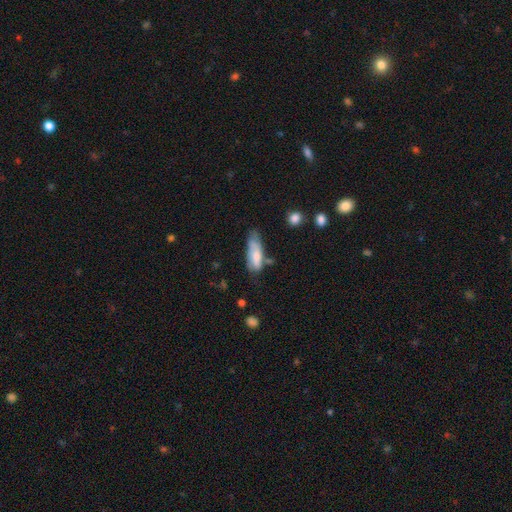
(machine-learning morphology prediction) smooth_or_featured: smooth (p=0.72) [alt: featured or disk p=0.22]
how_rounded: in between (p=0.67) [alt: cigar-shaped p=0.31]
merging: minor disturbance (p=0.37) [alt: none p=0.36]